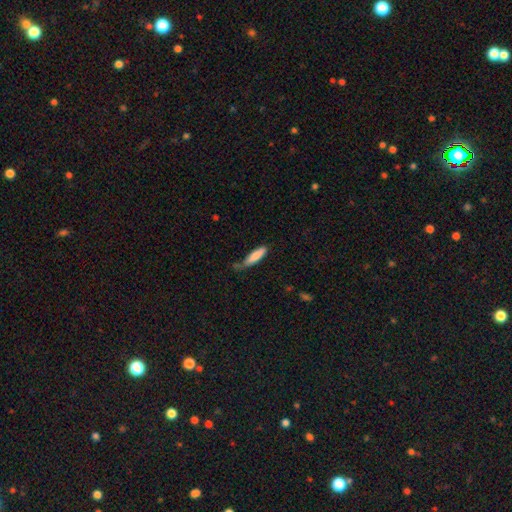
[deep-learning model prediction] The model was most divided on "merging": none: 52%, minor disturbance: 33%, major disturbance: 10%, merger: 5%. More confident: smooth or featured — smooth (81%); how rounded — cigar-shaped (72%).